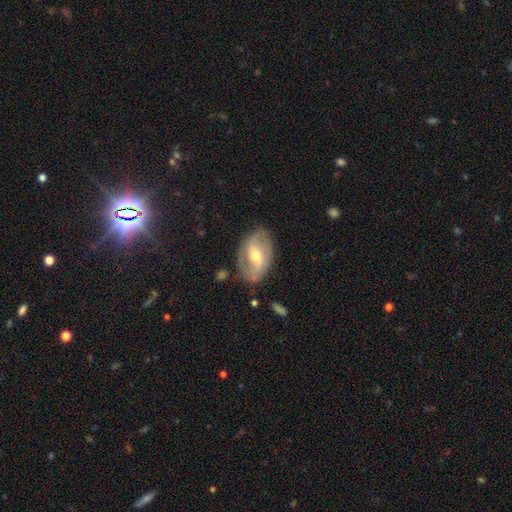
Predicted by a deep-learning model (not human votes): Morphology: type=featured or disk (74%); edge-on=no (94%); bar=weak (43%); spiral arms=yes (80%); winding=medium (41%); arm count=2 (80%); bulge=moderate (61%); merging=none (77%).